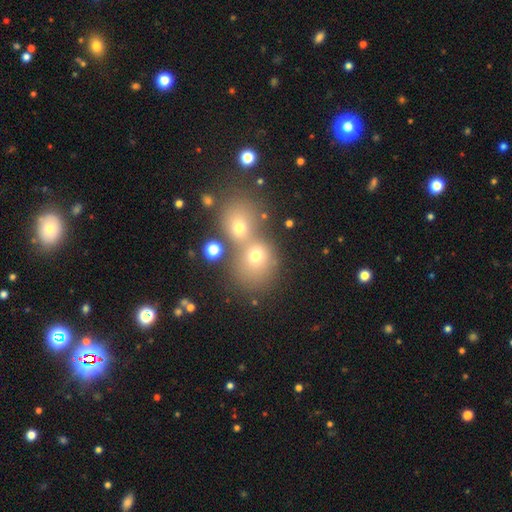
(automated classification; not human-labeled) A smooth galaxy with no disk features (68%) that is round (73%). Merging: merger (55%).